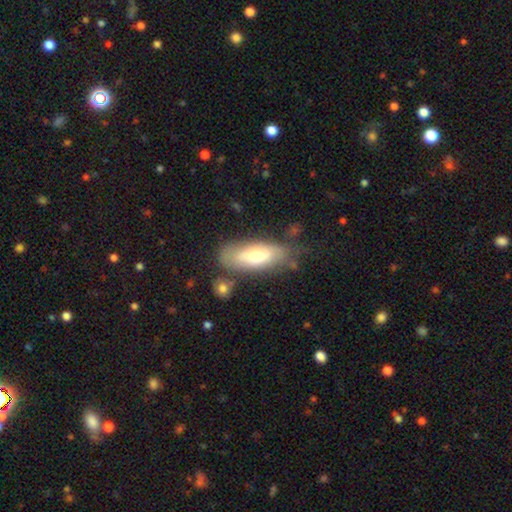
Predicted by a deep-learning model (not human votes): Q: Smooth or featured?
A: smooth (60%); runner-up: featured or disk (33%)
Q: How rounded?
A: in between (75%); runner-up: cigar-shaped (23%)
Q: Merging?
A: none (68%); runner-up: minor disturbance (20%)